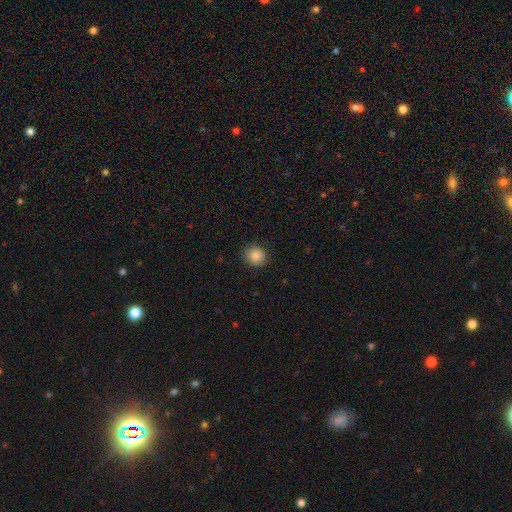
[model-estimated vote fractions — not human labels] Q: Smooth or featured?
A: smooth (85%); runner-up: star or artifact (10%)
Q: How rounded?
A: round (89%); runner-up: in between (10%)
Q: Merging?
A: none (89%); runner-up: minor disturbance (8%)